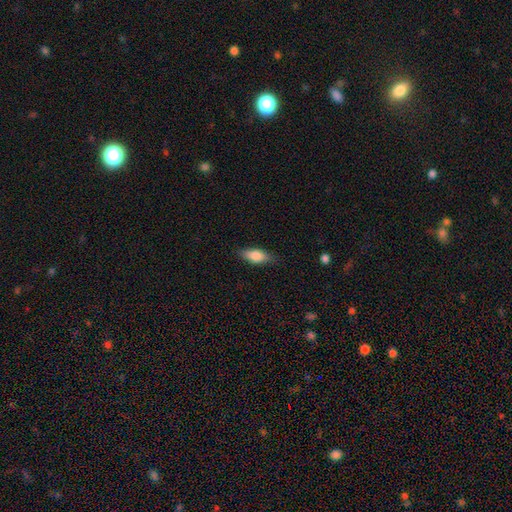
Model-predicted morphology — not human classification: type=smooth (74%); roundness=in between (75%); merging=none (82%).